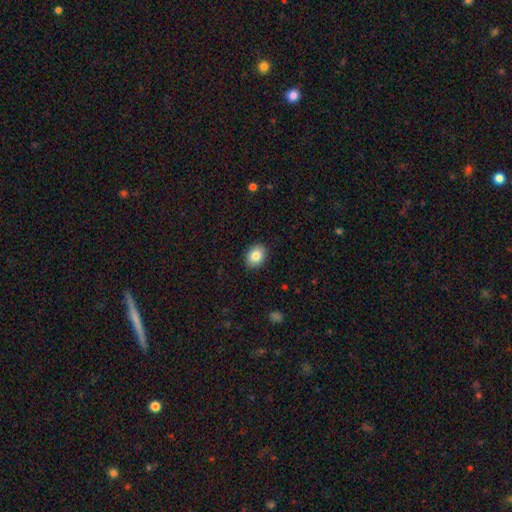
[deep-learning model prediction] A smooth galaxy with no disk features (85%) that is in between round and cigar-shaped (58%).

Vote fractions:
- Smooth or featured? smooth: 85% / star or artifact: 8% / featured or disk: 7%
- How rounded? in between: 58% / round: 41% / cigar-shaped: 1%
- Merging? none: 90% / minor disturbance: 8% / major disturbance: 2% / merger: 1%